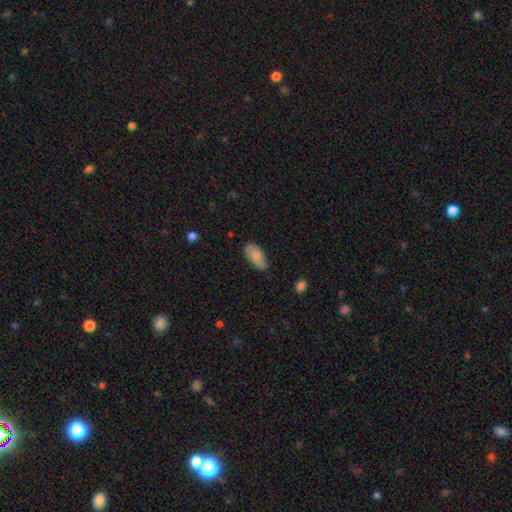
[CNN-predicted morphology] smooth-or-featured: smooth: 76% | featured or disk: 16% | star or artifact: 7%
  how-rounded: in between: 93% | cigar-shaped: 5% | round: 2%
  merging: none: 71% | minor disturbance: 23% | major disturbance: 5% | merger: 2%